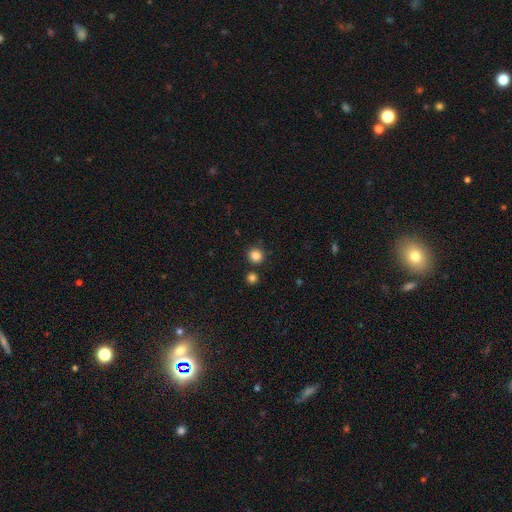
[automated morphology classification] A smooth galaxy with no disk features (84%) that is round (92%). Merging: none (85%).